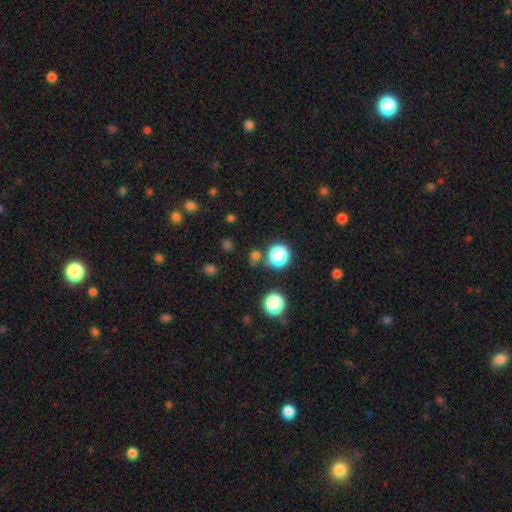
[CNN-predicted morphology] A smooth galaxy with no disk features (61%) that is round (87%). Merging: none (76%).